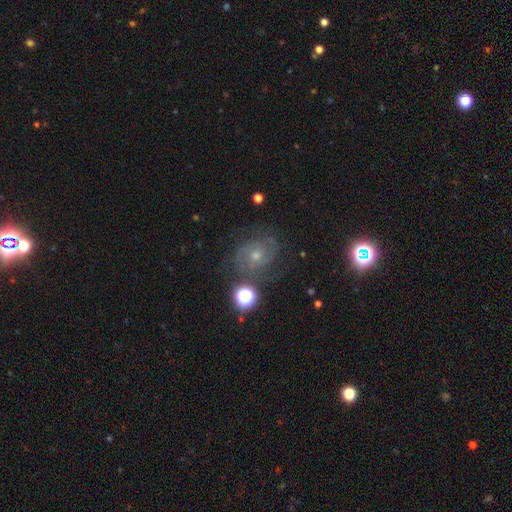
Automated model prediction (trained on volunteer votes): Smooth or featured? featured or disk (70%)
Edge-on disk? no (98%)
Bar? no (71%)
Spiral arms? yes (93%)
Spiral winding? tight (52%)
Spiral arm count? 2 (41%)
Bulge size? small (56%)
Merging? none (72%)